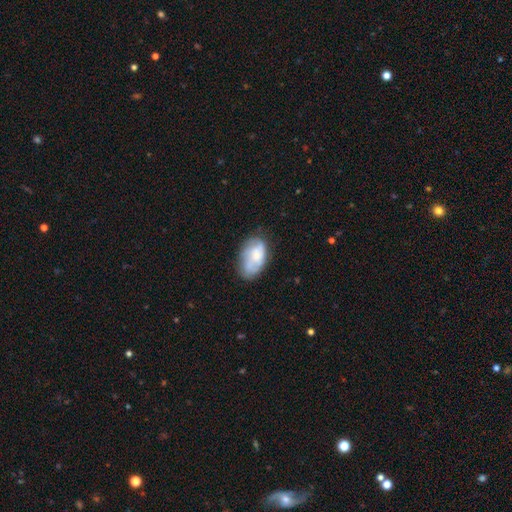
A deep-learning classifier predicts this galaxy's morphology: The model was most divided on "smooth or featured": smooth: 47%, featured or disk: 45%, star or artifact: 7%. More confident: merging — none (55%).